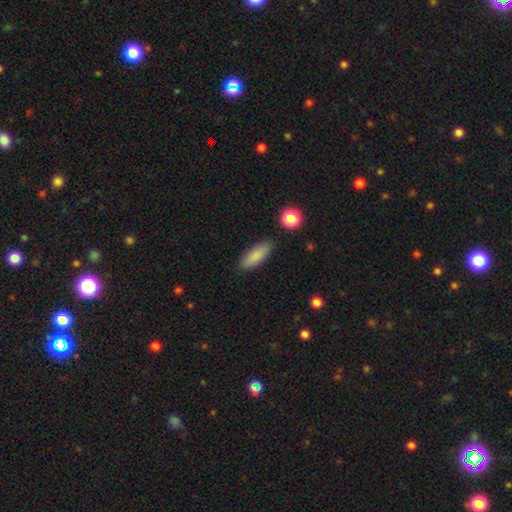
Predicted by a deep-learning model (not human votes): This appears to be a smooth galaxy with no disk features (86%) that is in between round and cigar-shaped (69%). Merging: none (87%).